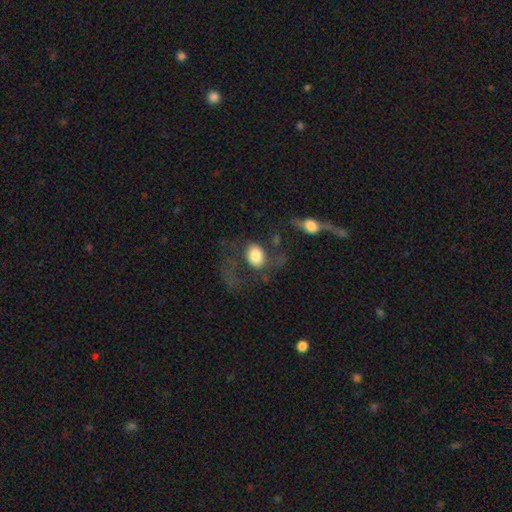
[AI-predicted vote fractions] Morphology: type=smooth (75%); roundness=in between (64%); merging=none (37%).